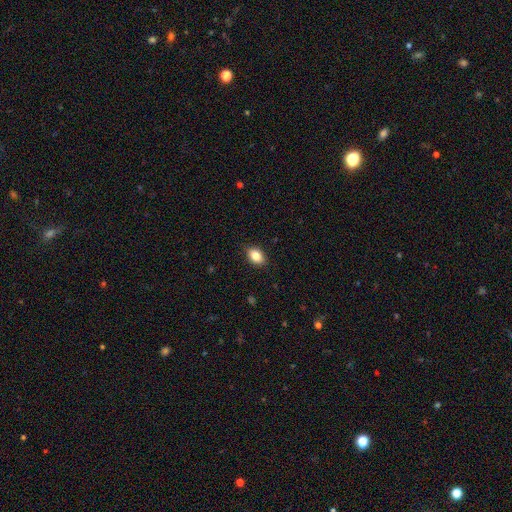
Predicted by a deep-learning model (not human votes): smooth_or_featured: smooth (p=0.85) [alt: star or artifact p=0.08]
how_rounded: in between (p=0.82) [alt: round p=0.16]
merging: none (p=0.87) [alt: minor disturbance p=0.10]